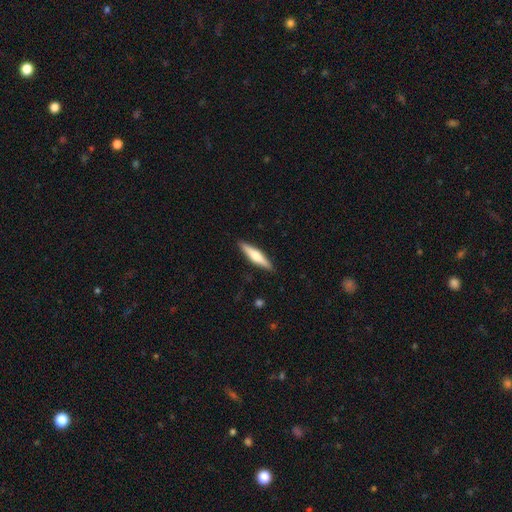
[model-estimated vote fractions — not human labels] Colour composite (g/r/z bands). It shows a featured or disk galaxy (49%). Merging: none (90%).